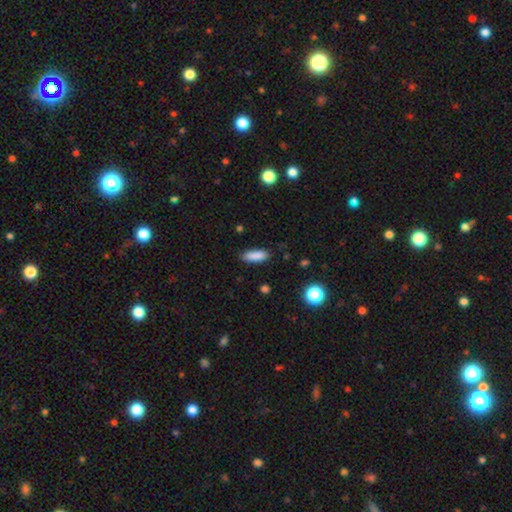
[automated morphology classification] Q: Smooth or featured?
A: smooth (87%); runner-up: star or artifact (8%)
Q: How rounded?
A: in between (61%); runner-up: cigar-shaped (37%)
Q: Merging?
A: none (85%); runner-up: minor disturbance (11%)